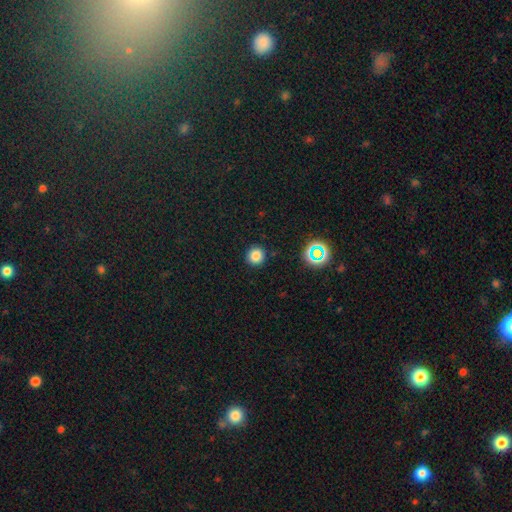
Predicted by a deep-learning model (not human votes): Smooth or featured? Predicted: smooth (p=0.79). How rounded? Predicted: round (p=0.93). Merging? Predicted: none (p=0.90).